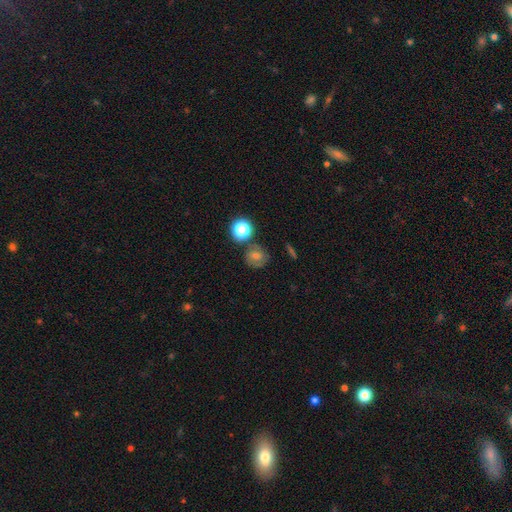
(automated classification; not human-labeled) Smooth or featured? Predicted: smooth (p=0.49). Merging? Predicted: none (p=0.73).